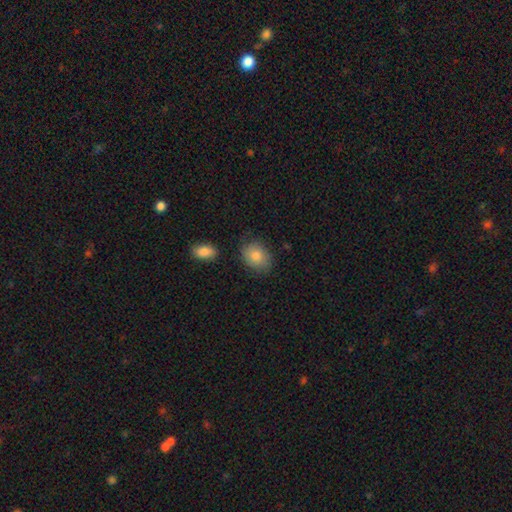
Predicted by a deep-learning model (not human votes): This is clearly a smooth galaxy (82%). How rounded: likely in between (60%). Merging: likely none (77%).